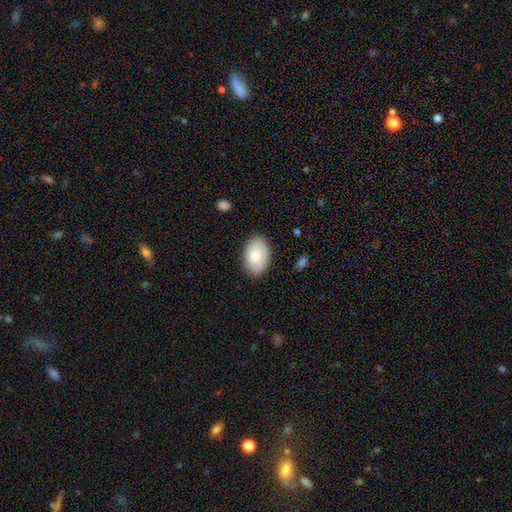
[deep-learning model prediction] Smooth or featured: smooth — 79% (featured or disk — 14%)
How rounded: in between — 89% (round — 10%)
Merging: none — 83% (minor disturbance — 13%)